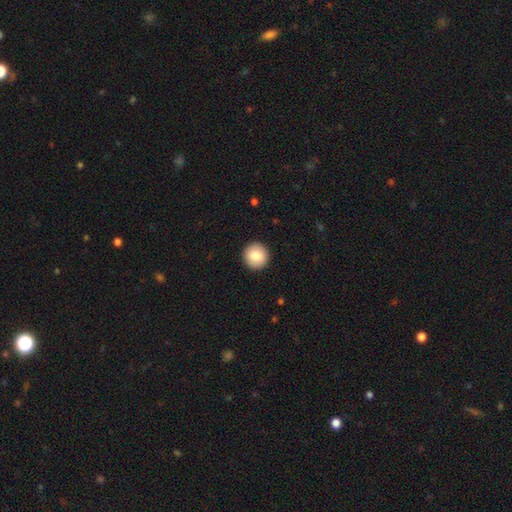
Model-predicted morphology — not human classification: smooth 83%, featured or disk 9%, star or artifact 7%. Down the decision tree: how rounded — round (95%); merging — none (93%).